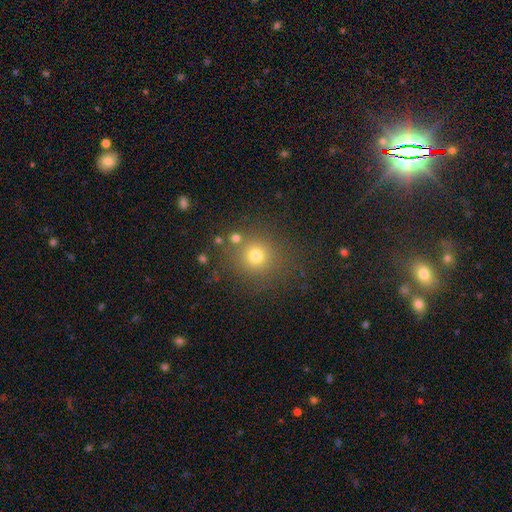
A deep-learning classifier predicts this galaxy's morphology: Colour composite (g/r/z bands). It shows a smooth galaxy with no disk features (73%) that is round (91%). Merging: none (80%).